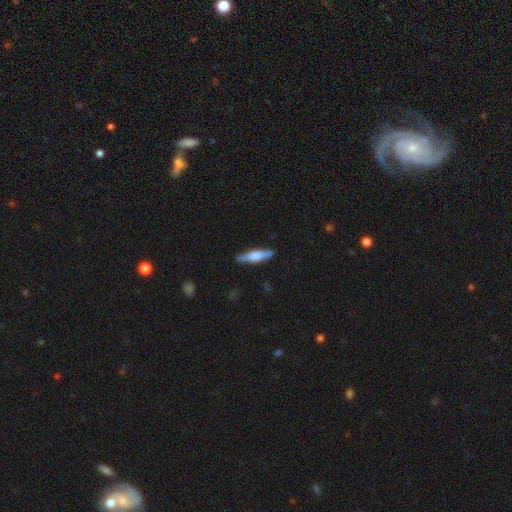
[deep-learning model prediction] Smooth or featured? smooth (51%)
How rounded? cigar-shaped (77%)
Merging? none (85%)